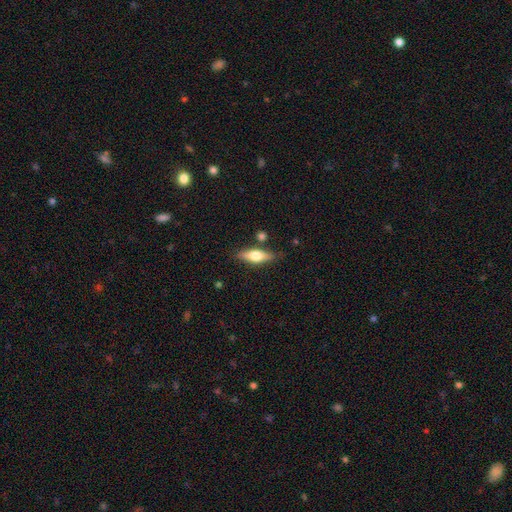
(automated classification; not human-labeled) smooth-or-featured: smooth: 53% | featured or disk: 41% | star or artifact: 6%
  how-rounded: cigar-shaped: 49% | in between: 48% | round: 3%
  merging: none: 79% | minor disturbance: 13% | merger: 6% | major disturbance: 3%